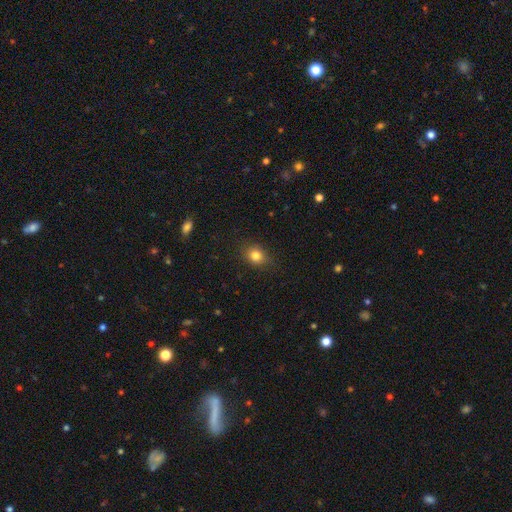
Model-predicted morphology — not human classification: smooth 82%, star or artifact 11%, featured or disk 7%. Down the decision tree: how rounded — round (59%); merging — none (83%).